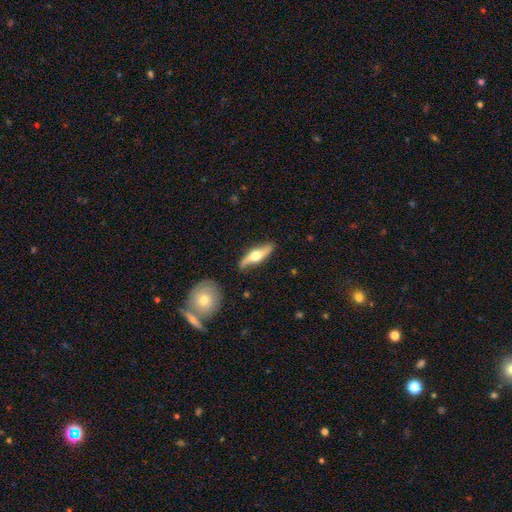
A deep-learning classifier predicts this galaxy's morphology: smooth-or-featured: featured or disk: 63% | smooth: 32% | star or artifact: 5%
  disk-edge-on: yes: 64% | no: 36%
  merging: none: 81% | minor disturbance: 14% | major disturbance: 3% | merger: 2%